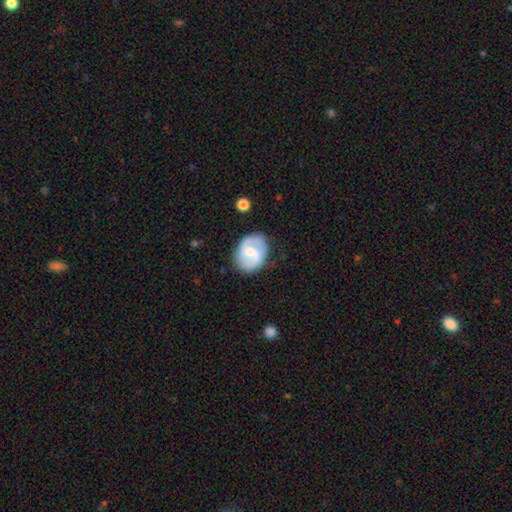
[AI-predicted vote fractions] Smooth or featured: featured or disk — 70% (smooth — 25%)
Edge-on disk: no — 98% (yes — 2%)
Bar: weak — 55% (no — 27%)
Spiral arms: yes — 88% (no — 12%)
Spiral winding: medium — 49% (loose — 26%)
Spiral arm count: 2 — 84% (can't tell — 9%)
Bulge size: moderate — 45% (small — 42%)
Merging: none — 76% (minor disturbance — 17%)